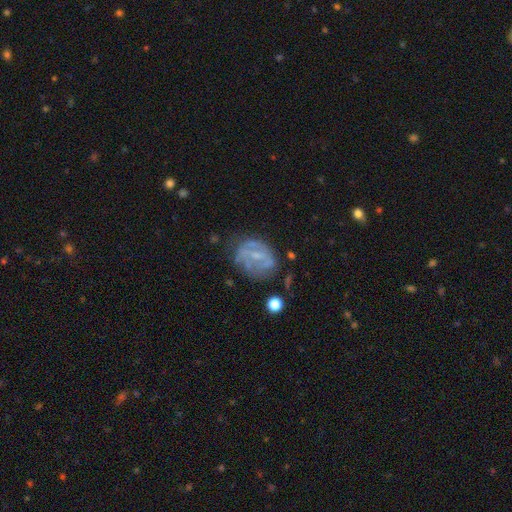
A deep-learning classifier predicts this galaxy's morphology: featured or disk 64%, smooth 25%, star or artifact 11%. Down the decision tree: edge-on disk — no (97%); bar — weak (45%); spiral arms — yes (57%); bulge size — small (53%); merging — none (56%).